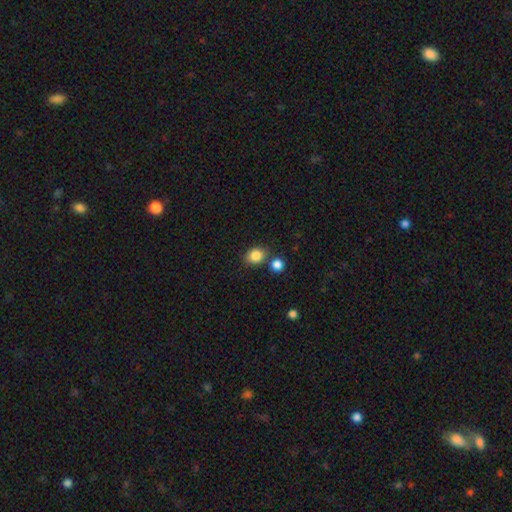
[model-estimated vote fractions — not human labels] This is clearly a smooth galaxy (85%). How rounded: possibly round (57%). Merging: likely none (70%).